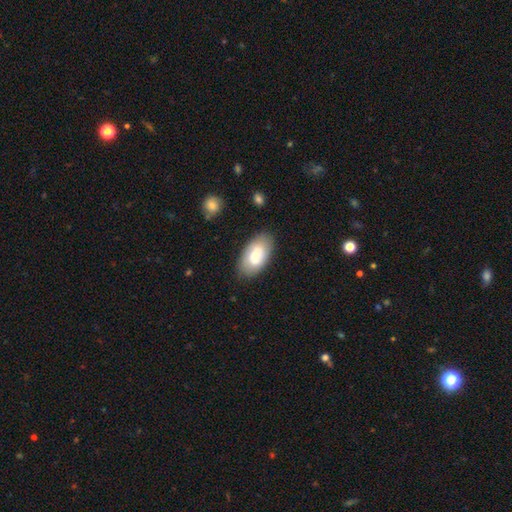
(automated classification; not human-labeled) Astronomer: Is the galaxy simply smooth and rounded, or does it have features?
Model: smooth — 66%.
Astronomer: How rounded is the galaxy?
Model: in between — 94%.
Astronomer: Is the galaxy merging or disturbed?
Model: none — 79%.